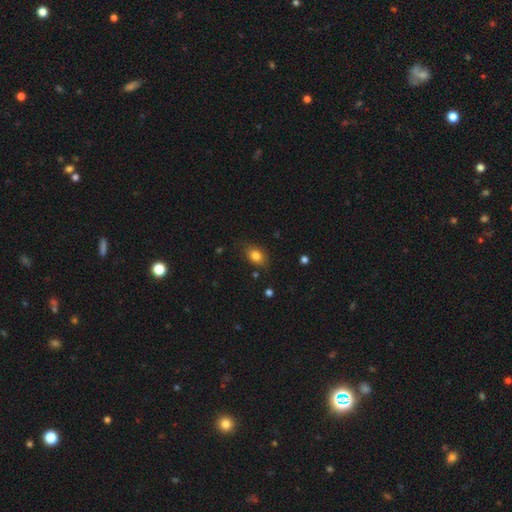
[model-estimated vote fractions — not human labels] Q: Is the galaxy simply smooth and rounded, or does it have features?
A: smooth — 83%.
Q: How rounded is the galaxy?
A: in between — 73%.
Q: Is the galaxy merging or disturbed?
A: none — 79%.